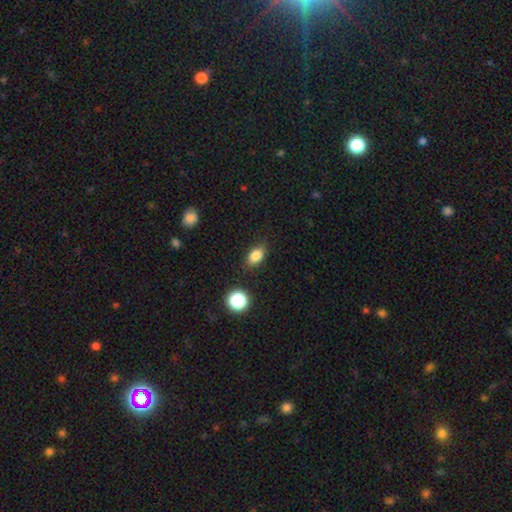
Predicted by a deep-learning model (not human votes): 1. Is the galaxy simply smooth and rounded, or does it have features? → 83% smooth, 11% star or artifact, 6% featured or disk.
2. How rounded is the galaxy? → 82% in between, 15% round, 3% cigar-shaped.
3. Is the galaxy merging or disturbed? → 83% none, 12% minor disturbance, 3% major disturbance, 2% merger.